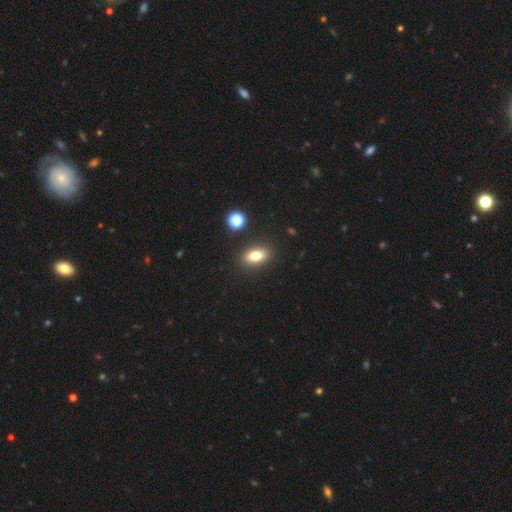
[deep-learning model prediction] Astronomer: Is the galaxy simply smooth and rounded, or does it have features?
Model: smooth — 78%.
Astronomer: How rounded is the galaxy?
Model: in between — 83%.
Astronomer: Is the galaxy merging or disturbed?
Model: none — 87%.